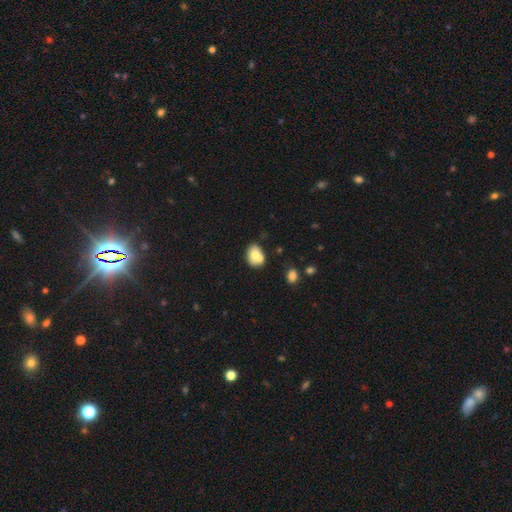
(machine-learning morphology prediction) smooth 71%, featured or disk 20%, star or artifact 8%. Down the decision tree: how rounded — in between (65%); merging — none (42%).